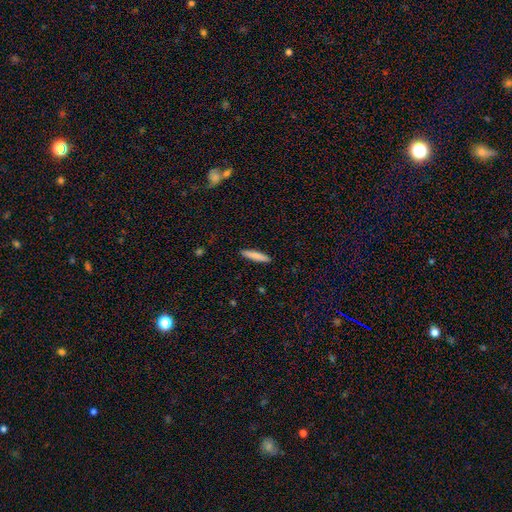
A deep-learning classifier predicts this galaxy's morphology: Smooth or featured: smooth — 81% (featured or disk — 14%)
How rounded: cigar-shaped — 87% (in between — 11%)
Merging: none — 91% (minor disturbance — 6%)